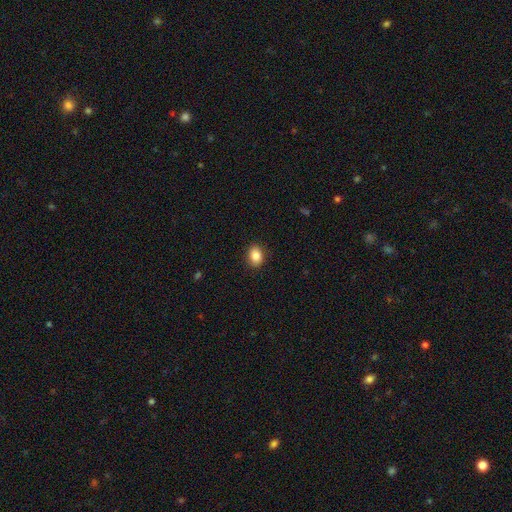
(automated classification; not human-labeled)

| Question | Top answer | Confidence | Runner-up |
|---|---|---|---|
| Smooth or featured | smooth | 87% | star or artifact (8%) |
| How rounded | in between | 72% | round (27%) |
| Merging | none | 88% | minor disturbance (8%) |